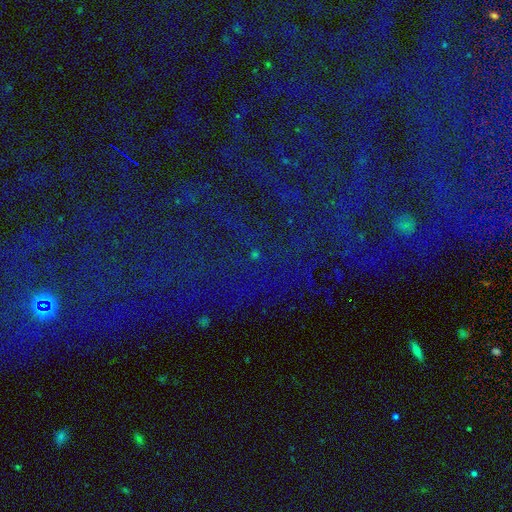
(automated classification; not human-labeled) Q: Smooth or featured?
A: star or artifact (80%); runner-up: smooth (10%)